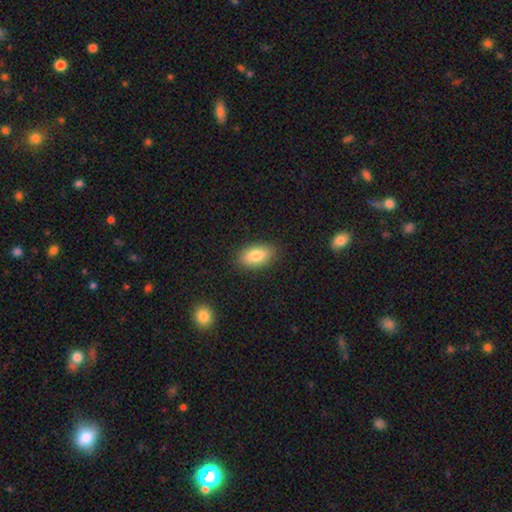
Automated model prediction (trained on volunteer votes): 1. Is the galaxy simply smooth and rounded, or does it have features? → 82% smooth, 11% featured or disk, 7% star or artifact.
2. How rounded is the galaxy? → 89% in between, 6% cigar-shaped, 4% round.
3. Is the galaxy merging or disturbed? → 87% none, 9% minor disturbance, 2% major disturbance, 1% merger.